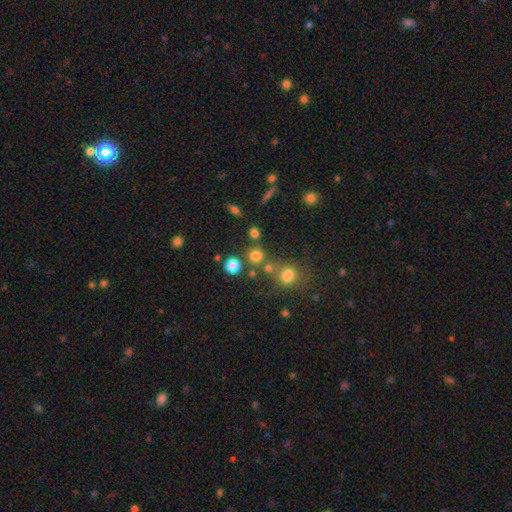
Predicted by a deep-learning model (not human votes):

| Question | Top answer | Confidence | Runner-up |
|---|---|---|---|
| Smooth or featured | smooth | 74% | star or artifact (18%) |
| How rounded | round | 87% | in between (12%) |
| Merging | none | 67% | merger (20%) |